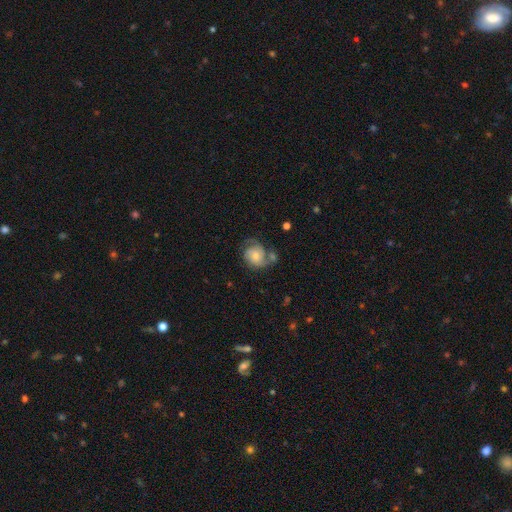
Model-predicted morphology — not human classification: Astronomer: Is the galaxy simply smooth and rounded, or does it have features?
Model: featured or disk — 64%.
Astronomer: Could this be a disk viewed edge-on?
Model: no — 98%.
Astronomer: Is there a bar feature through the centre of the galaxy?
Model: no — 76%.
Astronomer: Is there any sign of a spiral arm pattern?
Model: yes — 90%.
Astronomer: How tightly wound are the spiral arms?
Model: medium — 41% (runner-up: tight, 38%).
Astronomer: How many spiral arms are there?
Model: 2 — 63%.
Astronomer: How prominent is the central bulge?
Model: small — 46% (runner-up: moderate, 42%).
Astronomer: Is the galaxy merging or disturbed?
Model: none — 46% (runner-up: minor disturbance, 22%).